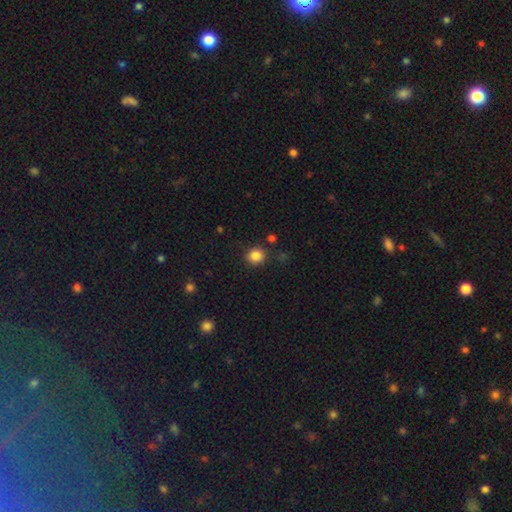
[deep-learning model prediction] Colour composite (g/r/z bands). It shows a smooth galaxy with no disk features (85%) that is round (89%). Merging: none (86%).